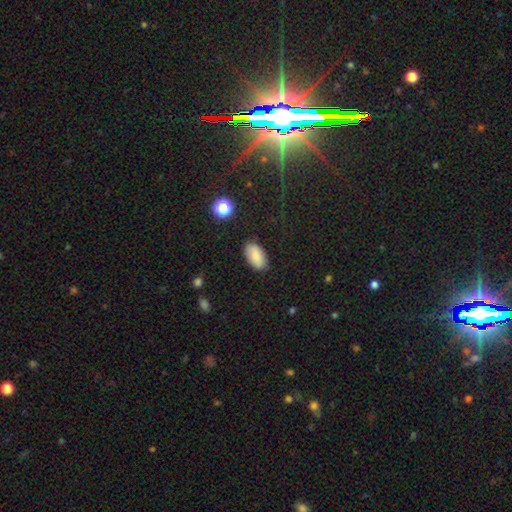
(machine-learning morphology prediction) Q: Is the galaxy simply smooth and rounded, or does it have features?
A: smooth — 84%.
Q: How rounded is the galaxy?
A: in between — 94%.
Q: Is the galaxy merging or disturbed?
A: none — 84%.